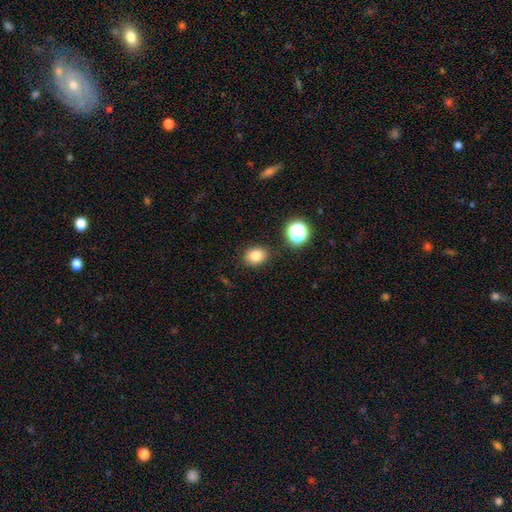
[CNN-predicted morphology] Overall: smooth (82%). How rounded: in between (61%; round 38%). Merging: none (85%).